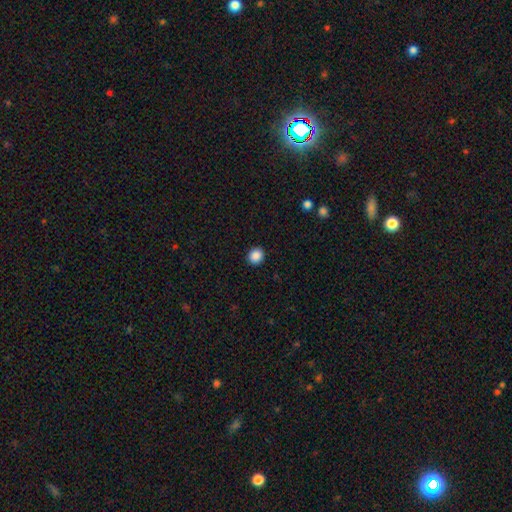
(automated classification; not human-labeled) smooth_or_featured: smooth (p=0.88) [alt: star or artifact p=0.10]
how_rounded: round (p=0.84) [alt: in between p=0.15]
merging: none (p=0.92) [alt: minor disturbance p=0.05]